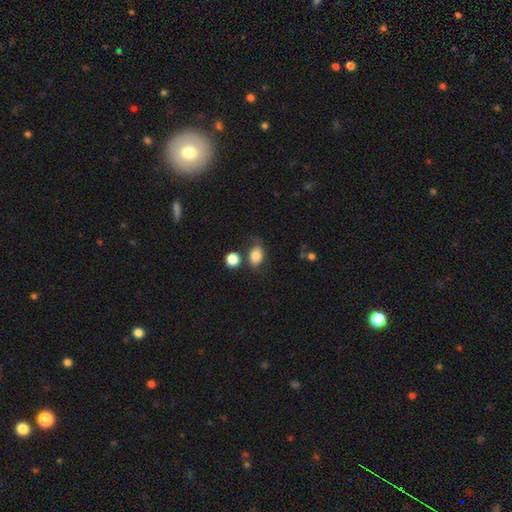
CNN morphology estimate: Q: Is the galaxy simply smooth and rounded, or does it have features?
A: smooth — 81%.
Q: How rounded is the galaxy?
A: in between — 78%.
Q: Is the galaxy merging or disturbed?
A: none — 61%.